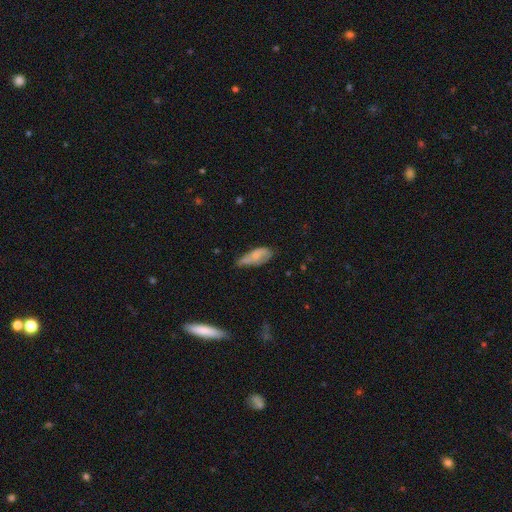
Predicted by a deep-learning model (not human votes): A smooth galaxy with no disk features (63%) that is in between round and cigar-shaped (73%). Merging: minor disturbance (41%).